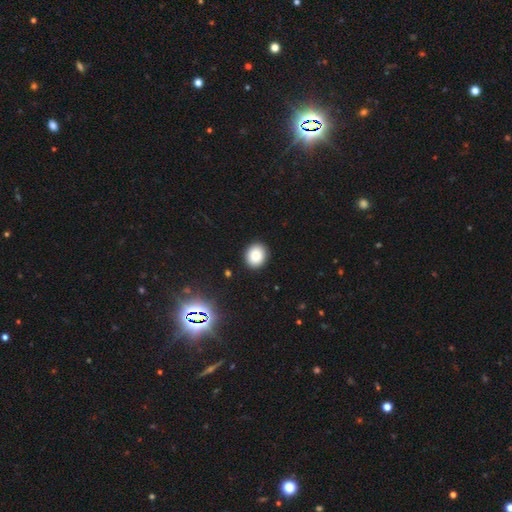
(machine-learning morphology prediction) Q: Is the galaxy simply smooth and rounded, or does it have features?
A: smooth — 85%.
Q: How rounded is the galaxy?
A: round — 64%.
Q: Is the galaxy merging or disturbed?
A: none — 91%.